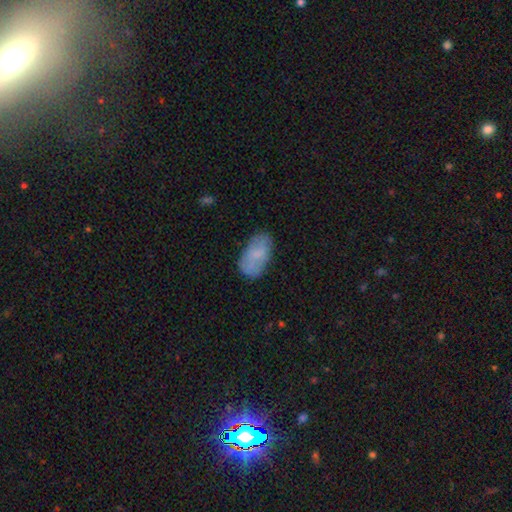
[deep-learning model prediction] The model was most divided on "smooth or featured": smooth: 72%, featured or disk: 21%, star or artifact: 7%. More confident: how rounded — in between (94%); merging — none (72%).